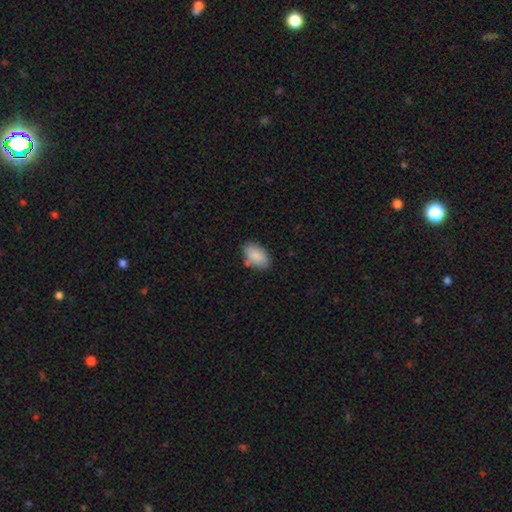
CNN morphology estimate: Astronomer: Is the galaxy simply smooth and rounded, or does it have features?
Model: smooth — 88%.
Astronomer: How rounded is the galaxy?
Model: in between — 92%.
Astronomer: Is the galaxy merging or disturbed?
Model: none — 74%.